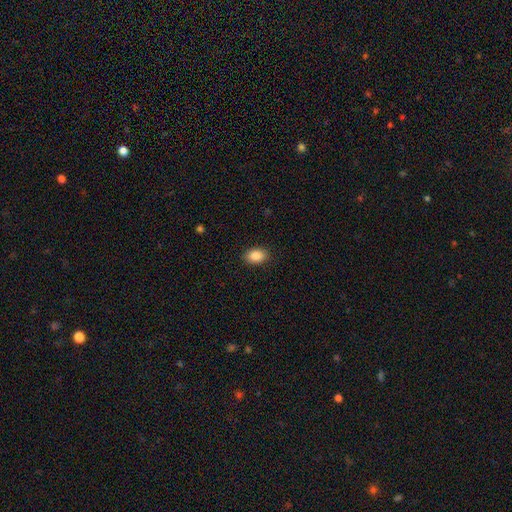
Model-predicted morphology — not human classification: The model was most divided on "how rounded": in between: 86%, round: 13%, cigar-shaped: 1%. More confident: merging — none (89%); smooth or featured — smooth (88%).